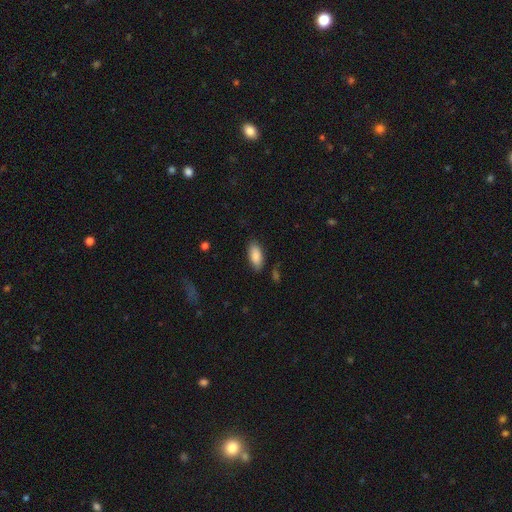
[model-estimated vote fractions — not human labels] Smooth or featured? smooth (87%)
How rounded? in between (88%)
Merging? none (83%)